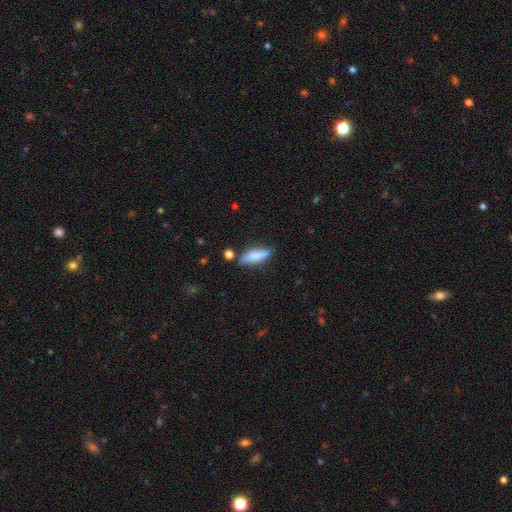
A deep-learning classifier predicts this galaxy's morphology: The model was most divided on "how rounded": cigar-shaped: 50%, in between: 48%, round: 2%. More confident: smooth or featured — smooth (79%); merging — none (75%).